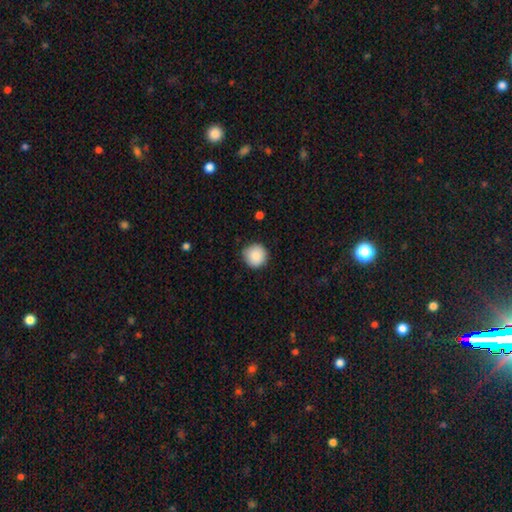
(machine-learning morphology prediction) The model was most divided on "merging": none: 88%, minor disturbance: 9%, major disturbance: 2%, merger: 1%. More confident: how rounded — round (95%); smooth or featured — smooth (87%).